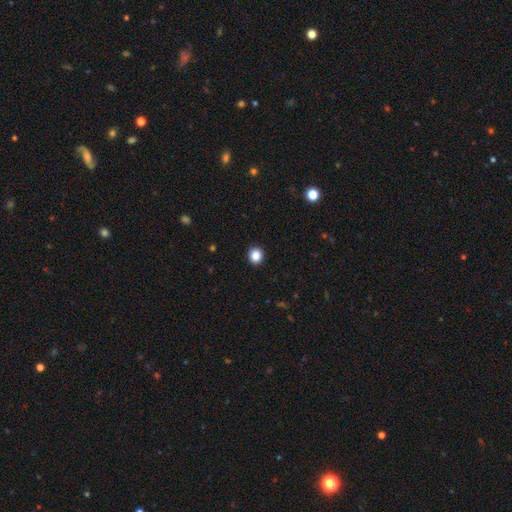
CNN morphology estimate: This appears to be a smooth galaxy with no disk features (86%) that is round (87%). Merging: none (92%).